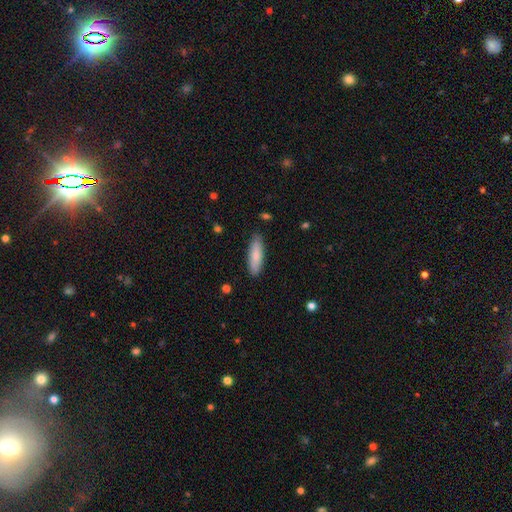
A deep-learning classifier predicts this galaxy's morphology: A smooth galaxy with no disk features (82%) that is cigar-shaped (54%).

Vote fractions:
- Smooth or featured? smooth: 82% / featured or disk: 13% / star or artifact: 6%
- How rounded? cigar-shaped: 54% / in between: 44% / round: 1%
- Merging? none: 86% / minor disturbance: 11% / major disturbance: 2% / merger: 1%